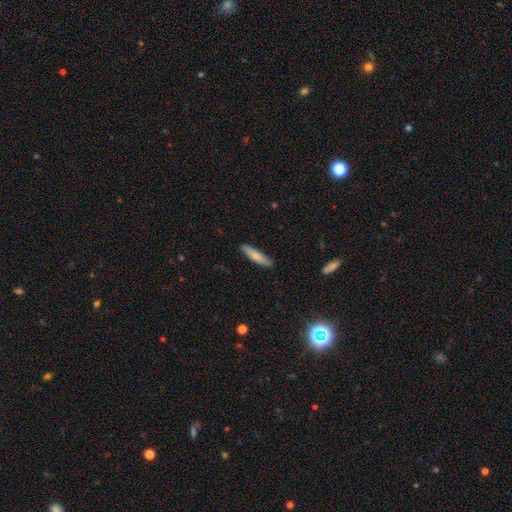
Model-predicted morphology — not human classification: Smooth or featured? Predicted: smooth (p=0.80). How rounded? Predicted: cigar-shaped (p=0.82). Merging? Predicted: none (p=0.88).